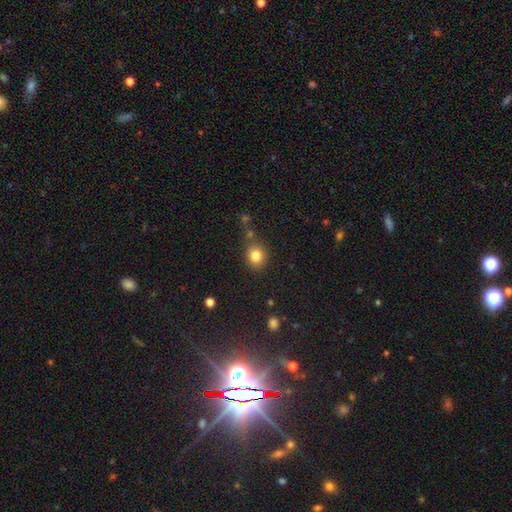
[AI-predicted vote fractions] This is clearly a smooth galaxy (82%). How rounded: clearly round (81%). Merging: likely none (76%).